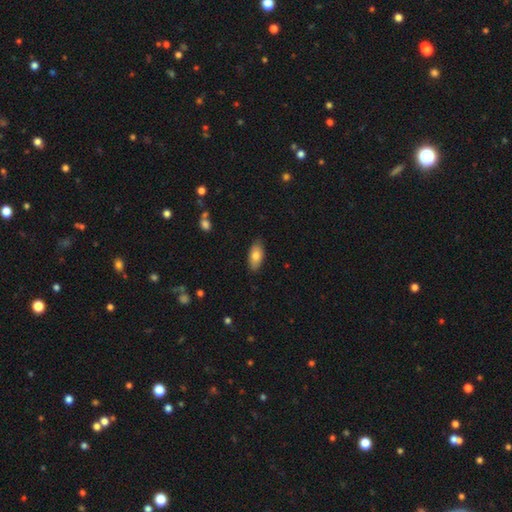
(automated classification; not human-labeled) Smooth or featured: smooth — 78% (featured or disk — 15%)
How rounded: in between — 89% (cigar-shaped — 8%)
Merging: none — 85% (minor disturbance — 12%)